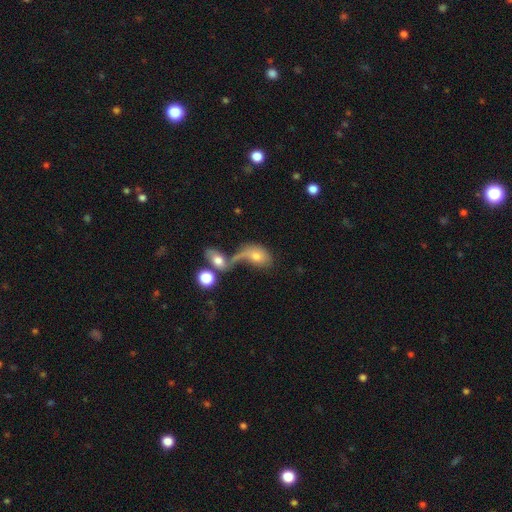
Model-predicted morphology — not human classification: Q: Smooth or featured?
A: smooth (59%); runner-up: featured or disk (30%)
Q: How rounded?
A: in between (76%); runner-up: round (20%)
Q: Merging?
A: merger (49%); runner-up: none (20%)